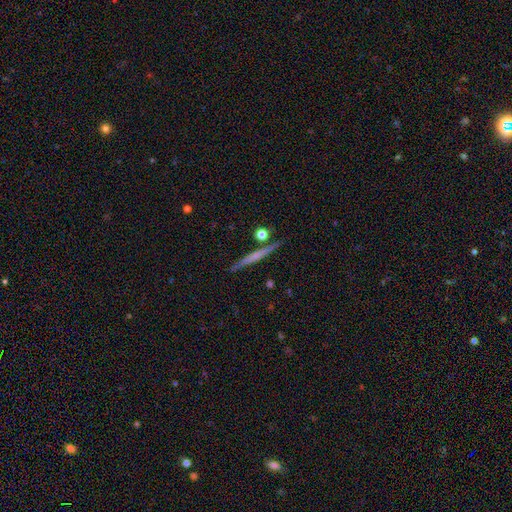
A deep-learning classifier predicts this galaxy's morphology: Smooth or featured: featured or disk — 58% (smooth — 34%)
Edge-on disk: yes — 97% (no — 3%)
Edge-on bulge: none — 60% (rounded — 32%)
Merging: none — 87% (minor disturbance — 8%)